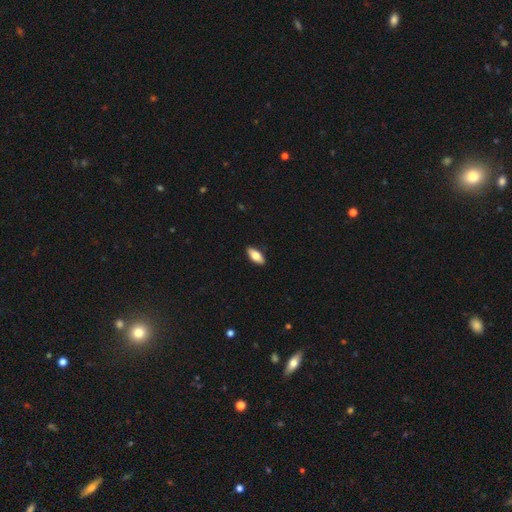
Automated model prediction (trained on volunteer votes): Smooth or featured? Predicted: smooth (p=0.73). How rounded? Predicted: in between (p=0.82). Merging? Predicted: none (p=0.90).